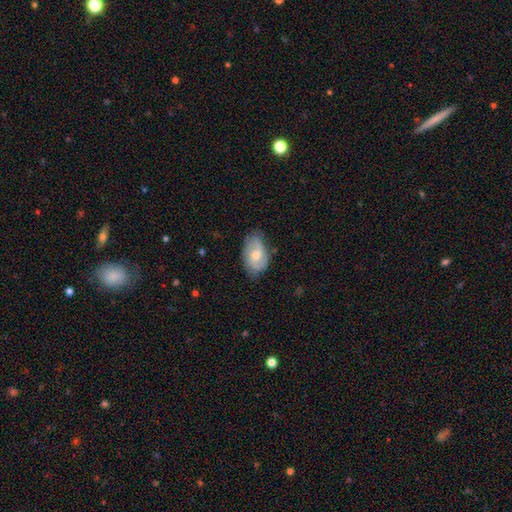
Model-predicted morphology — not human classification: Q: Smooth or featured?
A: featured or disk (55%); runner-up: smooth (39%)
Q: Edge-on disk?
A: no (95%); runner-up: yes (5%)
Q: Bar?
A: no (59%); runner-up: weak (35%)
Q: Spiral arms?
A: yes (83%); runner-up: no (17%)
Q: Bulge size?
A: moderate (64%); runner-up: small (26%)
Q: Merging?
A: none (69%); runner-up: minor disturbance (24%)